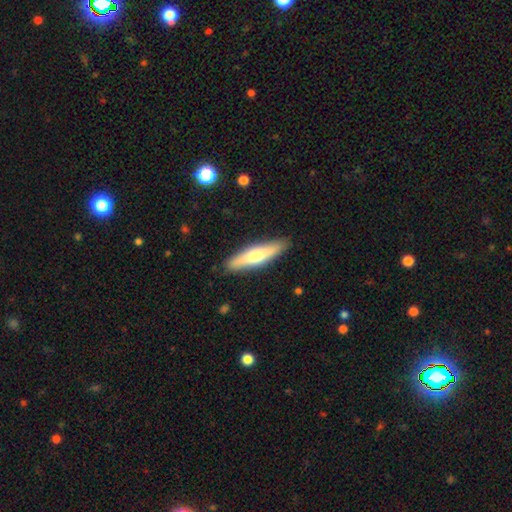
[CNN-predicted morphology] This appears to be a smooth galaxy with no disk features (55%) that is cigar-shaped (79%). Merging: none (89%).